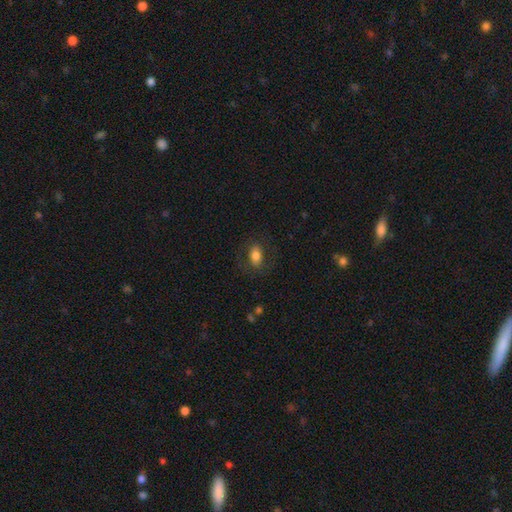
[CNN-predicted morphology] This appears to be a smooth galaxy with no disk features (76%) that is in between round and cigar-shaped (87%). Merging: none (77%).